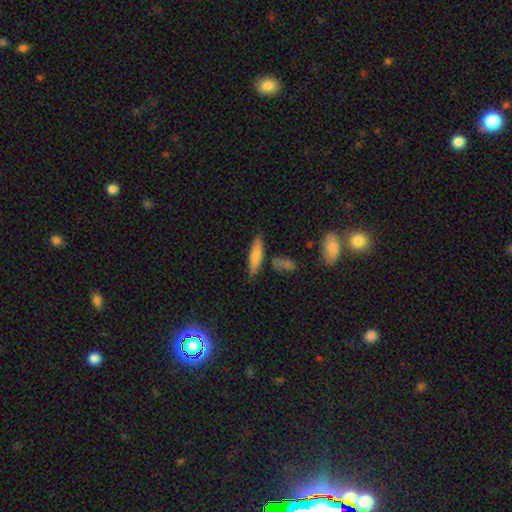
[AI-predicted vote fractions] Q: Smooth or featured?
A: smooth (74%); runner-up: featured or disk (19%)
Q: How rounded?
A: cigar-shaped (68%); runner-up: in between (30%)
Q: Merging?
A: none (70%); runner-up: minor disturbance (18%)